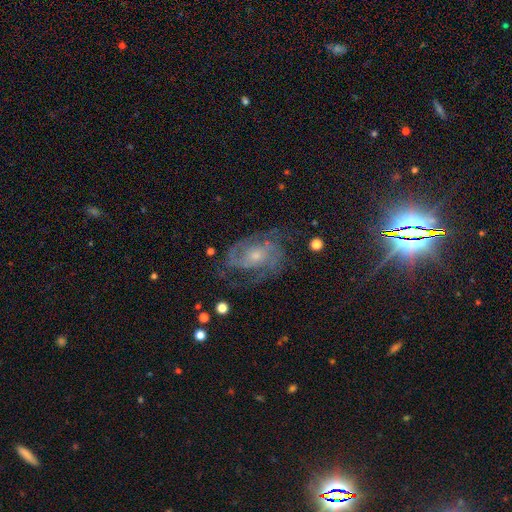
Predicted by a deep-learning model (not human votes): smooth_or_featured: featured or disk (p=0.82) [alt: star or artifact p=0.10]
disk_edge_on: no (p=0.97) [alt: yes p=0.03]
bar: no (p=0.66) [alt: weak p=0.28]
has_spiral_arms: yes (p=0.94) [alt: no p=0.06]
spiral_winding: medium (p=0.47) [alt: tight p=0.38]
spiral_arm_count: 2 (p=0.48) [alt: can't tell p=0.20]
bulge_size: small (p=0.56) [alt: moderate p=0.37]
merging: none (p=0.65) [alt: minor disturbance p=0.19]